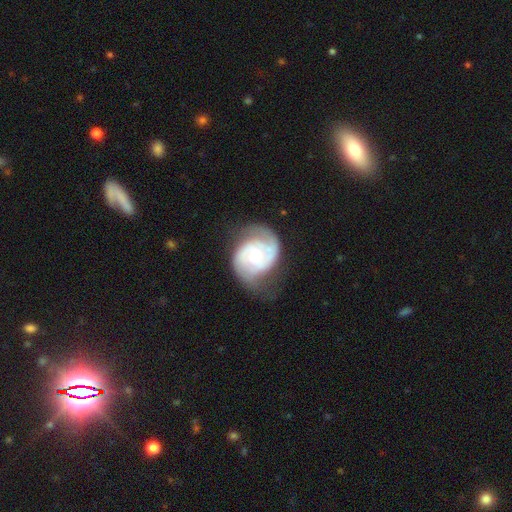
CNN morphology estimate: Overall: featured or disk (85%). Edge-on disk: no (98%). Bar: no (58%; weak 36%). Spiral arms: yes (95%). Spiral arm count: 2 (83%). Spiral winding: medium (44%; tight 43%). Bulge size: moderate (60%; small 31%). Merging: none (58%; minor disturbance 25%).